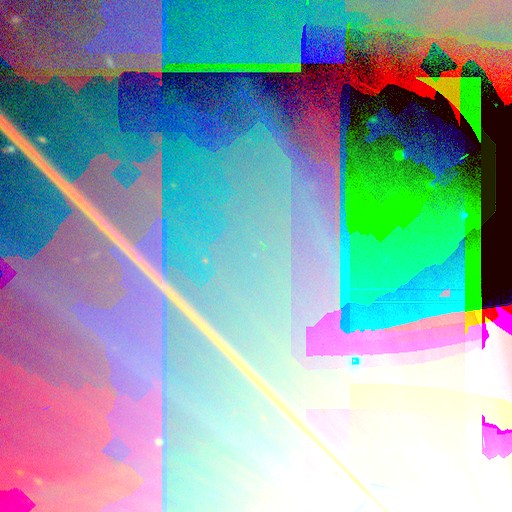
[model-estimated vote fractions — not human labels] This is clearly a star or artifact rather than a galaxy (88%).